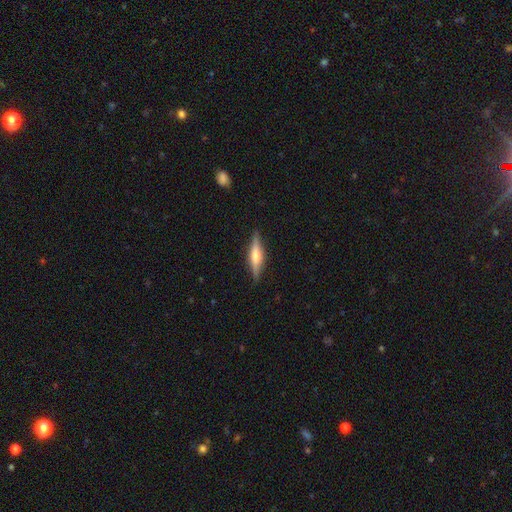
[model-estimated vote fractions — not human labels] smooth_or_featured: featured or disk (p=0.68) [alt: smooth p=0.25]
disk_edge_on: yes (p=0.97) [alt: no p=0.03]
edge_on_bulge: rounded (p=0.79) [alt: boxy p=0.15]
merging: none (p=0.88) [alt: minor disturbance p=0.09]